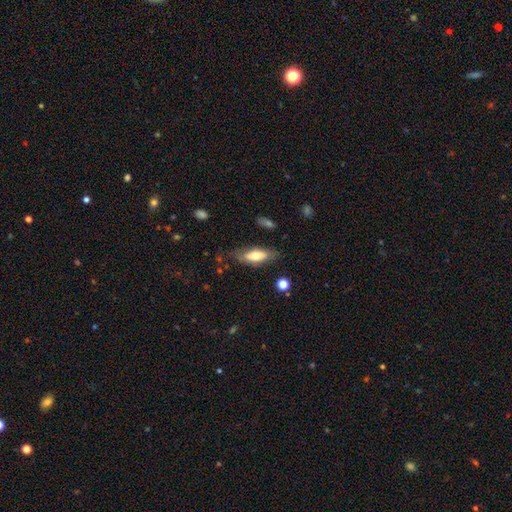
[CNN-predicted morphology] smooth 64%, featured or disk 30%, star or artifact 7%. Down the decision tree: how rounded — in between (67%); merging — none (72%).